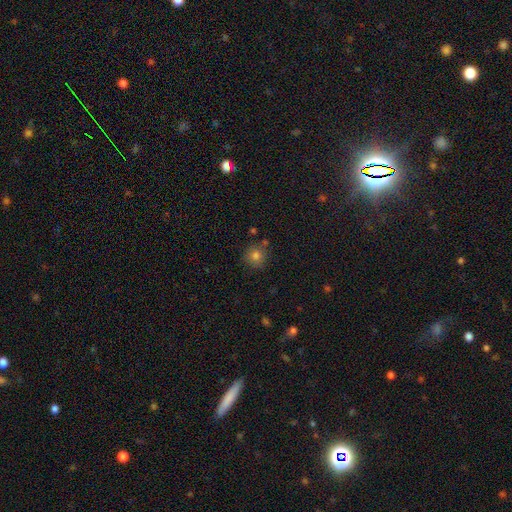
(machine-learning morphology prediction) A smooth galaxy with no disk features (79%) that is round (92%).

Vote fractions:
- Smooth or featured? smooth: 79% / star or artifact: 13% / featured or disk: 7%
- How rounded? round: 92% / in between: 7% / cigar-shaped: 1%
- Merging? none: 80% / minor disturbance: 11% / merger: 7% / major disturbance: 3%